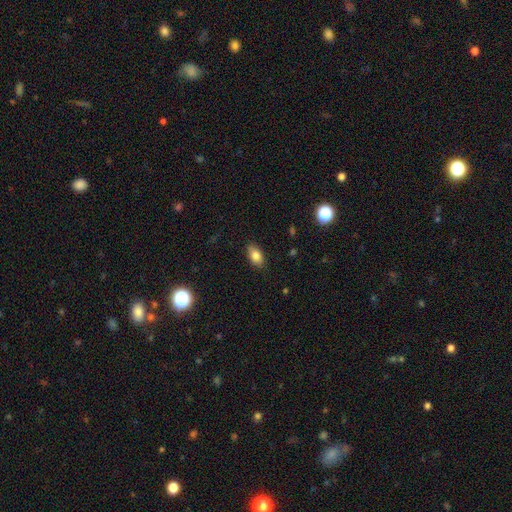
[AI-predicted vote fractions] Smooth or featured? smooth (82%)
How rounded? in between (88%)
Merging? none (85%)